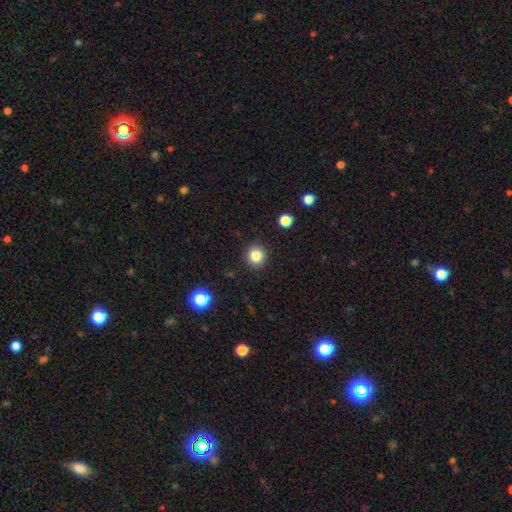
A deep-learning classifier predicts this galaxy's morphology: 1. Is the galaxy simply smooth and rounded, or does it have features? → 84% smooth, 11% star or artifact, 5% featured or disk.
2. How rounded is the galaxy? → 92% round, 7% in between, 1% cigar-shaped.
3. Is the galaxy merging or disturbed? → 91% none, 6% minor disturbance, 2% major disturbance, 1% merger.